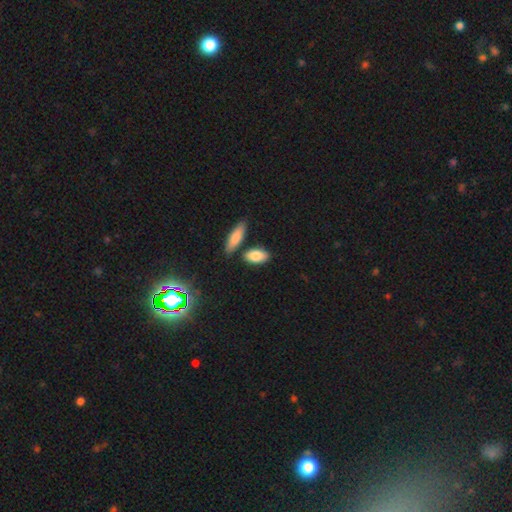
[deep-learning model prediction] Smooth or featured?
  - smooth: 83% *
  - featured or disk: 10%
  - star or artifact: 7%
How rounded?
  - in between: 88% *
  - cigar-shaped: 8%
  - round: 4%
Merging?
  - none: 76% *
  - minor disturbance: 11%
  - merger: 11%
  - major disturbance: 3%